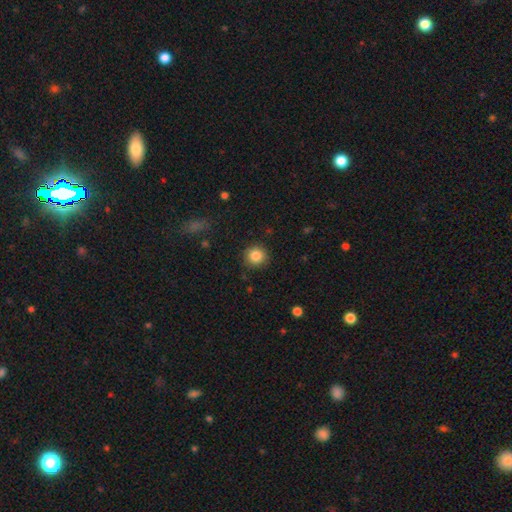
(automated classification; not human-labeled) A smooth galaxy with no disk features (85%) that is round (93%).

Vote fractions:
- Smooth or featured? smooth: 85% / star or artifact: 10% / featured or disk: 5%
- How rounded? round: 93% / in between: 6% / cigar-shaped: 1%
- Merging? none: 88% / minor disturbance: 8% / major disturbance: 2% / merger: 1%